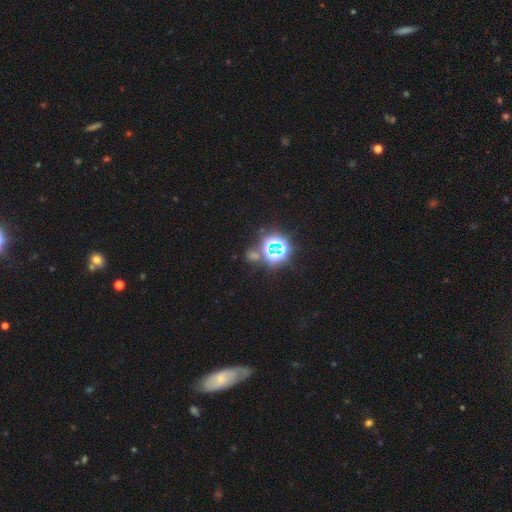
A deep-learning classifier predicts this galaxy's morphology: Smooth or featured?
  - star or artifact: 70% *
  - smooth: 21%
  - featured or disk: 9%